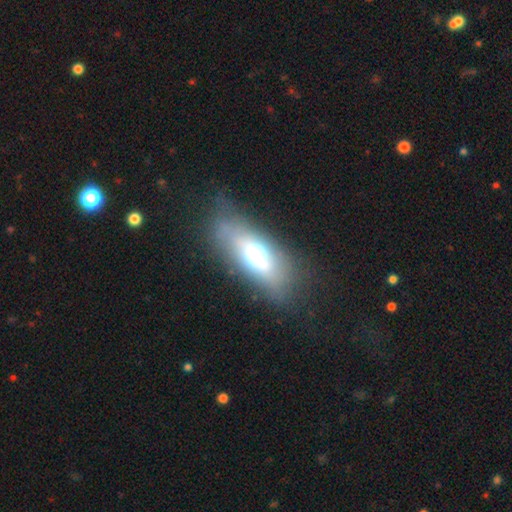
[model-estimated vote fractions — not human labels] Overall: smooth (54%; featured or disk 35%). How rounded: in between (74%). Merging: none (70%).